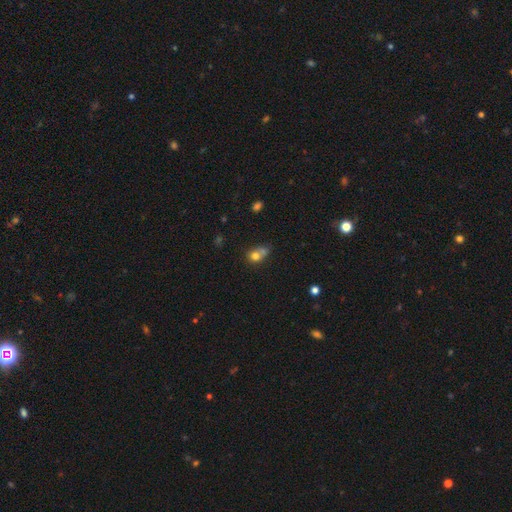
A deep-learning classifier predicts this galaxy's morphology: smooth-or-featured: smooth: 73% | featured or disk: 15% | star or artifact: 12%
  how-rounded: round: 63% | in between: 36% | cigar-shaped: 2%
  merging: merger: 47% | none: 31% | minor disturbance: 15% | major disturbance: 8%